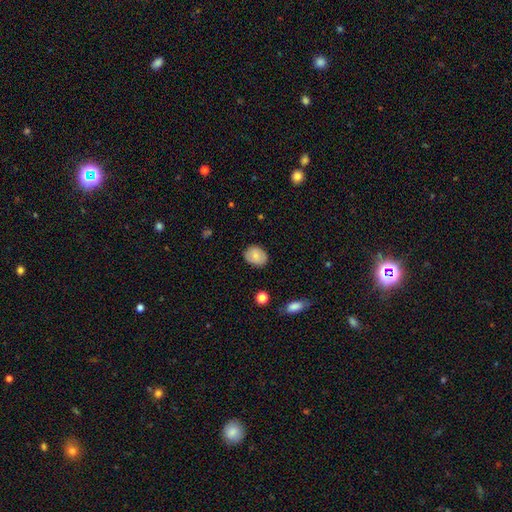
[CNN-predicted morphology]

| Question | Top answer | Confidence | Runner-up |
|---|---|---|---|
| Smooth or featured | smooth | 77% | featured or disk (15%) |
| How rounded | in between | 54% | round (45%) |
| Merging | none | 80% | minor disturbance (16%) |